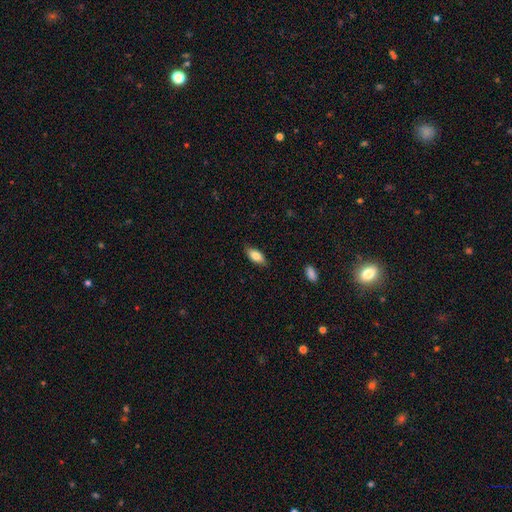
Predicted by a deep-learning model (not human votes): The model was most divided on "smooth or featured": smooth: 81%, featured or disk: 12%, star or artifact: 7%. More confident: merging — none (84%); how rounded — in between (84%).